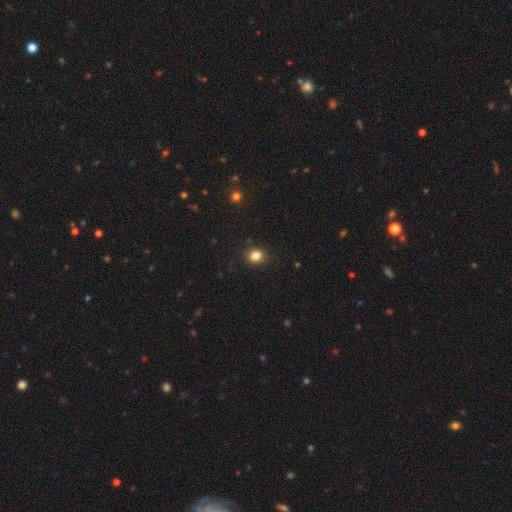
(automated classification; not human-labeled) smooth_or_featured: smooth (p=0.83) [alt: star or artifact p=0.12]
how_rounded: round (p=0.64) [alt: in between p=0.36]
merging: none (p=0.88) [alt: minor disturbance p=0.08]